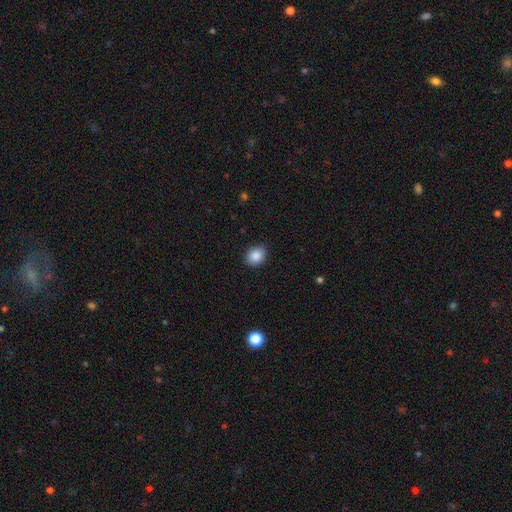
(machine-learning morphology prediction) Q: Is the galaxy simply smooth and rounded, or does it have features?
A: smooth — 88%.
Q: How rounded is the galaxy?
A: round — 52%.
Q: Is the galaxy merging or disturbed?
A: none — 88%.